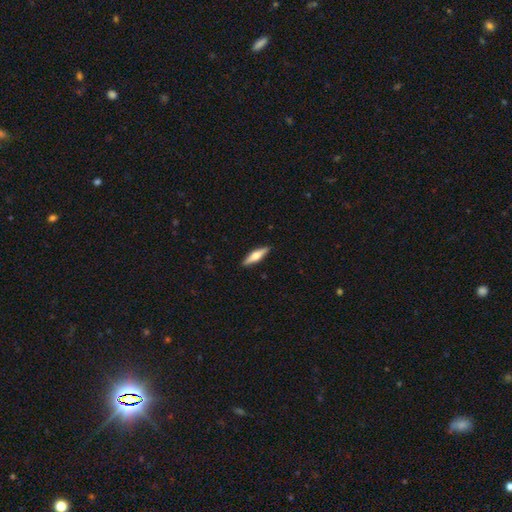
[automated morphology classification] smooth_or_featured: featured or disk (p=0.54) [alt: smooth p=0.40]
disk_edge_on: yes (p=0.96) [alt: no p=0.04]
edge_on_bulge: rounded (p=0.92) [alt: boxy p=0.05]
merging: none (p=0.90) [alt: minor disturbance p=0.07]